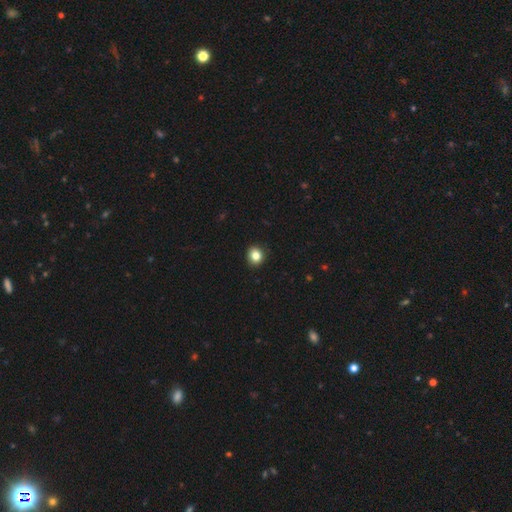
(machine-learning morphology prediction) A smooth galaxy with no disk features (84%) that is round (78%). Merging: none (91%).